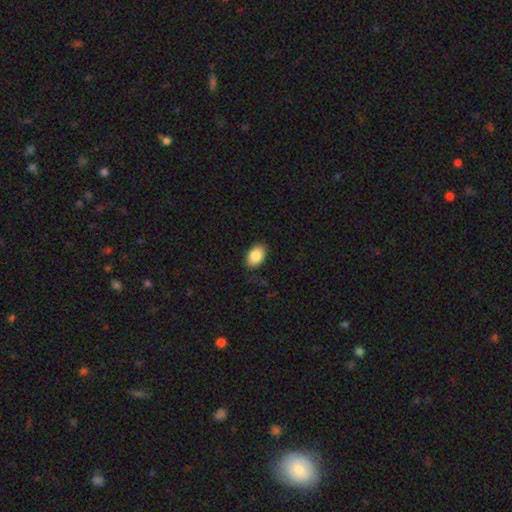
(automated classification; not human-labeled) Smooth or featured: smooth — 86% (star or artifact — 7%)
How rounded: in between — 88% (round — 10%)
Merging: none — 85% (minor disturbance — 11%)